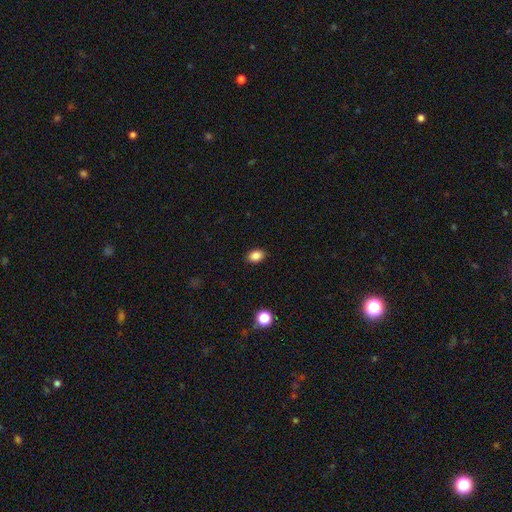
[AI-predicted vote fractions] smooth 86%, star or artifact 10%, featured or disk 4%. Down the decision tree: how rounded — in between (80%); merging — none (89%).